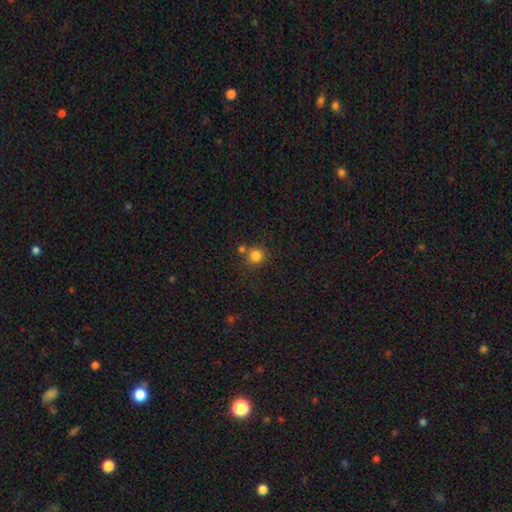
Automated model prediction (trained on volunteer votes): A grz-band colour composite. It shows a smooth galaxy with no disk features (82%) that is round (88%). Merging: none (67%).